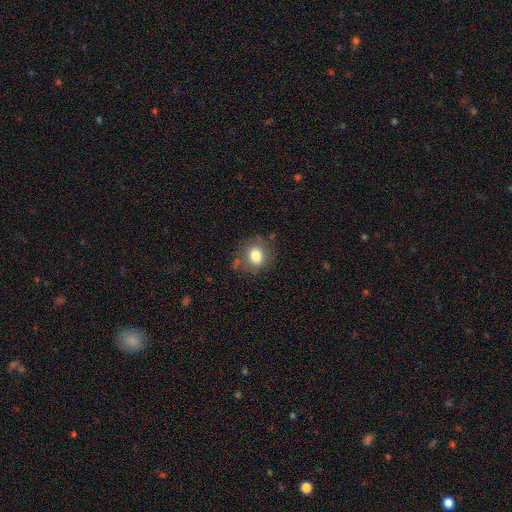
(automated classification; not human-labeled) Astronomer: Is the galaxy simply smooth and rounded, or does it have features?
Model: smooth — 79%.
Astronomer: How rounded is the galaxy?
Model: round — 63%.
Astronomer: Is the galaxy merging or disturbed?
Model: none — 72%.